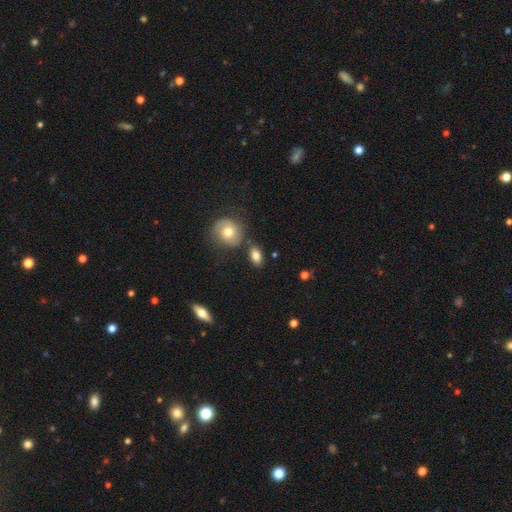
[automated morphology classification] Smooth or featured? smooth (81%)
How rounded? in between (84%)
Merging? none (75%)